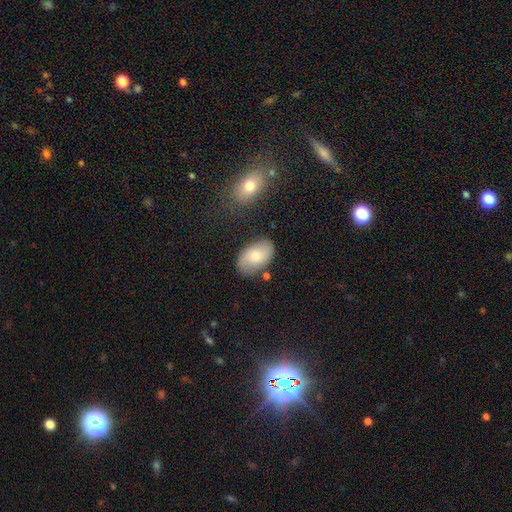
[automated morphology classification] This appears to be a smooth galaxy with no disk features (67%) that is in between round and cigar-shaped (93%). Merging: none (76%).